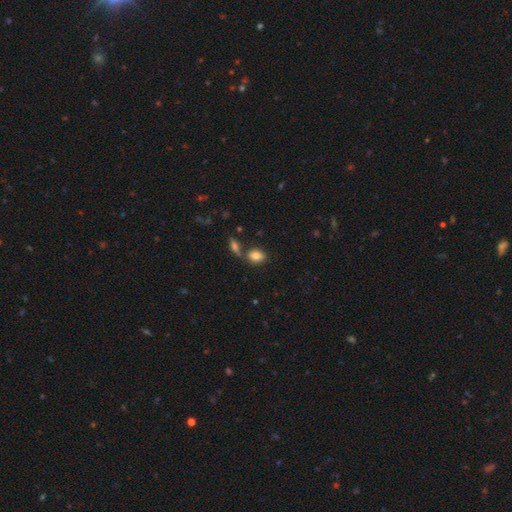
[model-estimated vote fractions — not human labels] smooth 81%, featured or disk 10%, star or artifact 9%. Down the decision tree: how rounded — in between (80%); merging — none (63%).